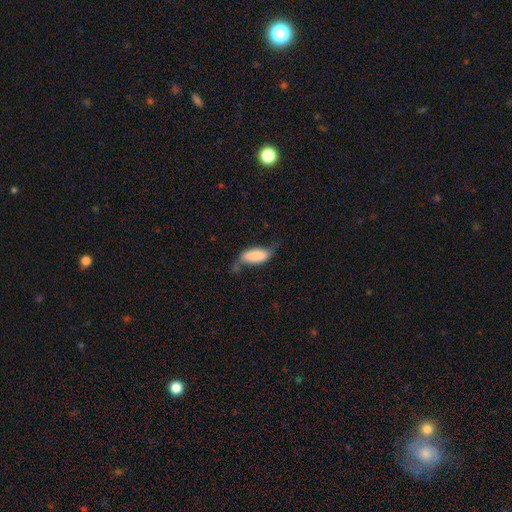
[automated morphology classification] Overall: smooth (72%). How rounded: in between (83%). Merging: none (38%; minor disturbance 35%).